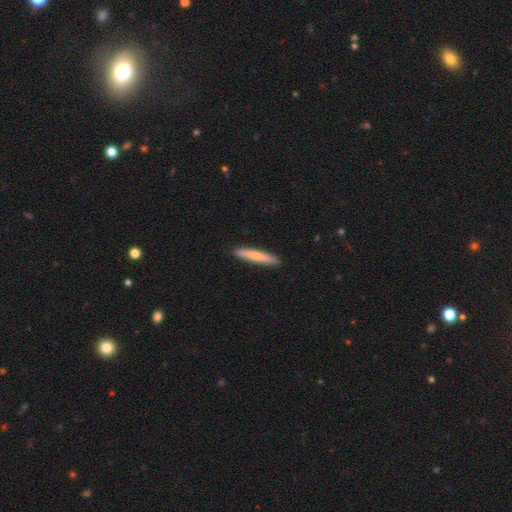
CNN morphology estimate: Overall: smooth (72%). How rounded: cigar-shaped (95%). Merging: none (92%).